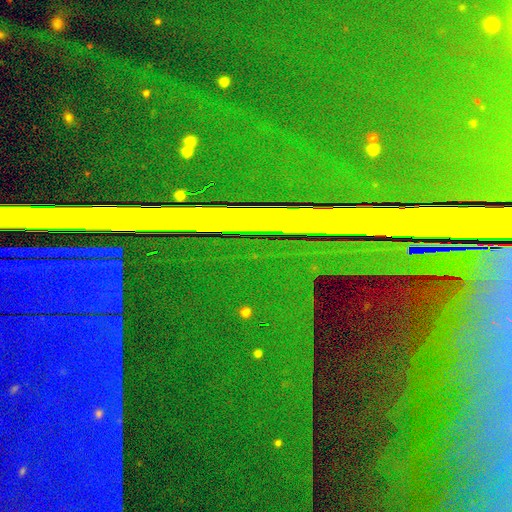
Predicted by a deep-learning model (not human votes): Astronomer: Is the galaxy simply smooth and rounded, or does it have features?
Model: star or artifact — 88%.